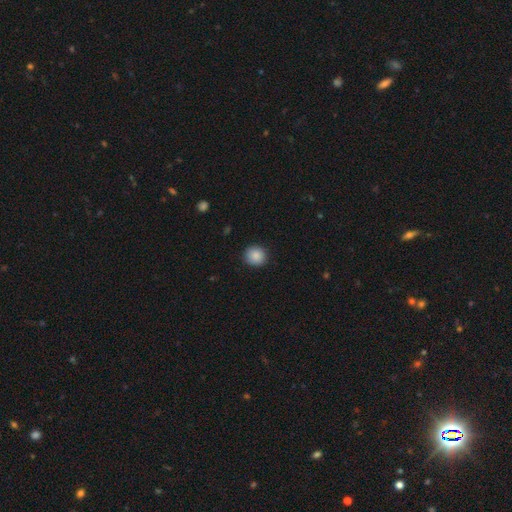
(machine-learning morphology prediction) A smooth galaxy with no disk features (88%) that is round (91%).

Vote fractions:
- Smooth or featured? smooth: 88% / star or artifact: 8% / featured or disk: 4%
- How rounded? round: 91% / in between: 8% / cigar-shaped: 1%
- Merging? none: 90% / minor disturbance: 7% / major disturbance: 2% / merger: 1%